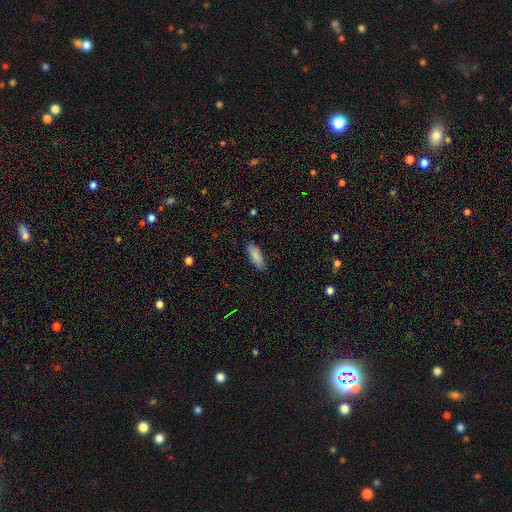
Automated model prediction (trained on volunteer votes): Smooth or featured: smooth — 87% (featured or disk — 7%)
How rounded: in between — 70% (cigar-shaped — 28%)
Merging: none — 88% (minor disturbance — 9%)